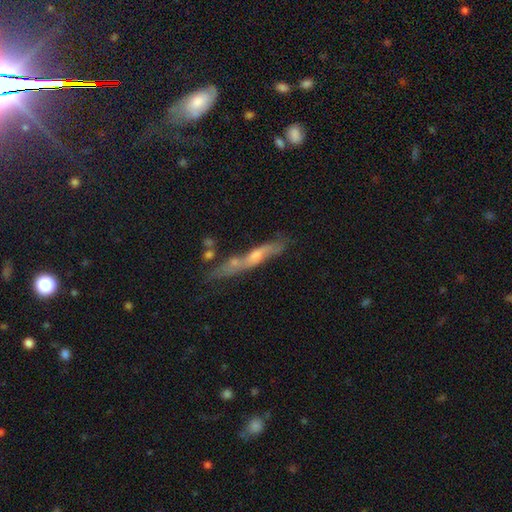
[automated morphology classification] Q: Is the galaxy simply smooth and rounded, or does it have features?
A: featured or disk — 58%.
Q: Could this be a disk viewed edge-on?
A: yes — 81%.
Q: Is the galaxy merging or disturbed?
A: none — 64%.